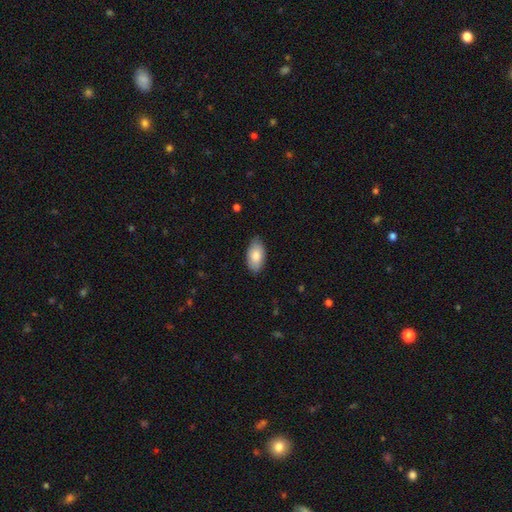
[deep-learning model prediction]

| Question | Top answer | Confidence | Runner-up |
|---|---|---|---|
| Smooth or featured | smooth | 83% | featured or disk (11%) |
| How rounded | in between | 95% | round (3%) |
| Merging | none | 84% | minor disturbance (12%) |